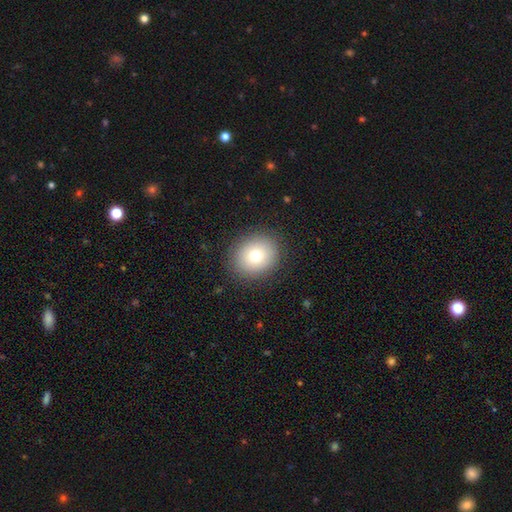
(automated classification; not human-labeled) Morphology: type=smooth (76%); roundness=round (77%); merging=none (88%).